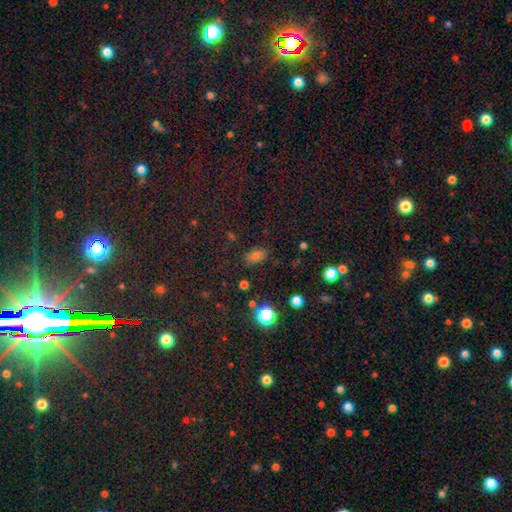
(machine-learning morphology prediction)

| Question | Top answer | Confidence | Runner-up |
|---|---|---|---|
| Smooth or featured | smooth | 68% | star or artifact (22%) |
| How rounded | in between | 85% | round (11%) |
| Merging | none | 82% | minor disturbance (13%) |